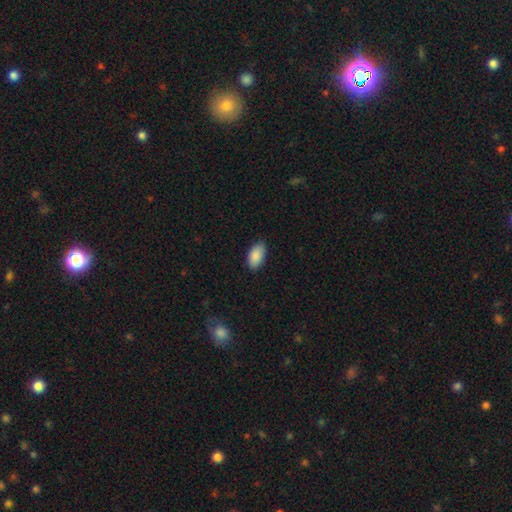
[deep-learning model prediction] Q: Smooth or featured?
A: smooth (89%); runner-up: star or artifact (6%)
Q: How rounded?
A: in between (94%); runner-up: round (3%)
Q: Merging?
A: none (83%); runner-up: minor disturbance (13%)